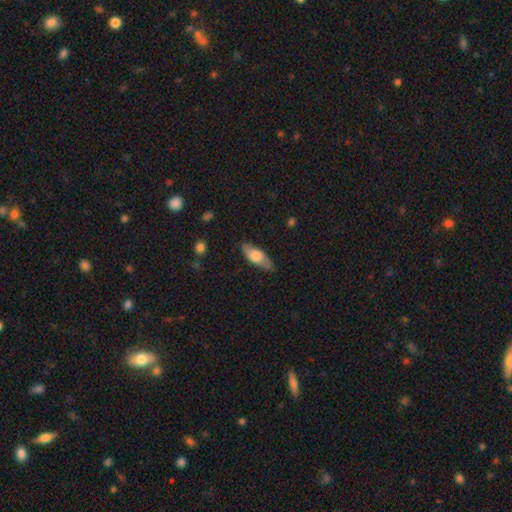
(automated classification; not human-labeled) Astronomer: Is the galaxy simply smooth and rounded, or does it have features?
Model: smooth — 63%.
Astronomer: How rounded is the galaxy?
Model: in between — 75%.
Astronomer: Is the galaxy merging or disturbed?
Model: none — 81%.